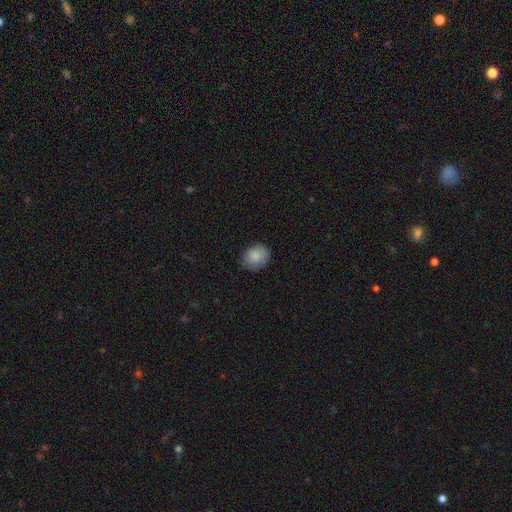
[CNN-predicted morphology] Overall: smooth (87%). How rounded: round (60%; in between 40%). Merging: none (80%).